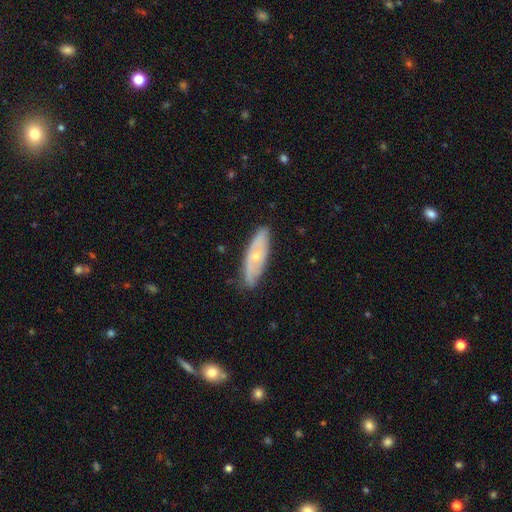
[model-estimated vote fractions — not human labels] Smooth or featured? Predicted: featured or disk (p=0.57). Edge-on disk? Predicted: no (p=0.70). Merging? Predicted: none (p=0.79).